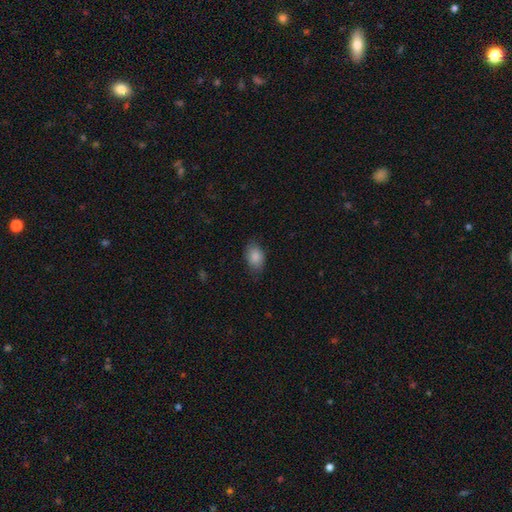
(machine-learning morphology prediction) smooth_or_featured: smooth (p=0.86) [alt: star or artifact p=0.07]
how_rounded: in between (p=0.84) [alt: round p=0.14]
merging: none (p=0.76) [alt: minor disturbance p=0.19]